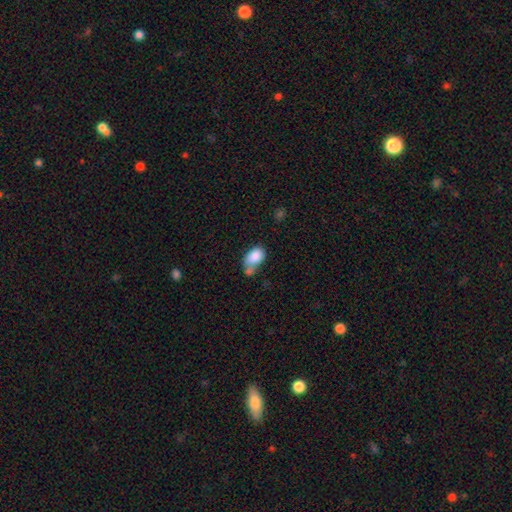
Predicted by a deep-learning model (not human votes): The model was most divided on "merging": none: 36%, merger: 34%, minor disturbance: 21%, major disturbance: 9%. More confident: how rounded — in between (86%); smooth or featured — smooth (83%).